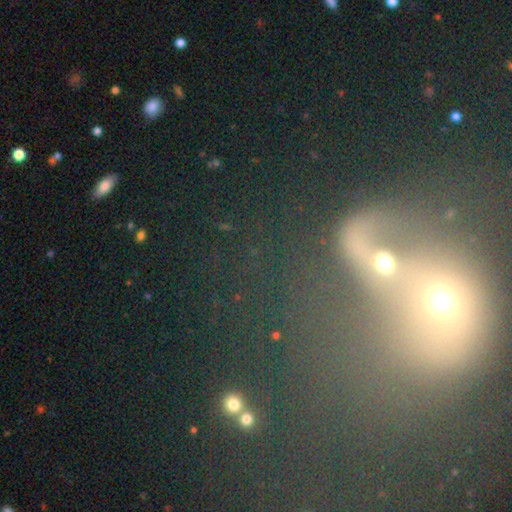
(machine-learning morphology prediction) A star or artifact, not a galaxy (41%).

Vote fractions:
- Smooth or featured? star or artifact: 41% / featured or disk: 30% / smooth: 30%